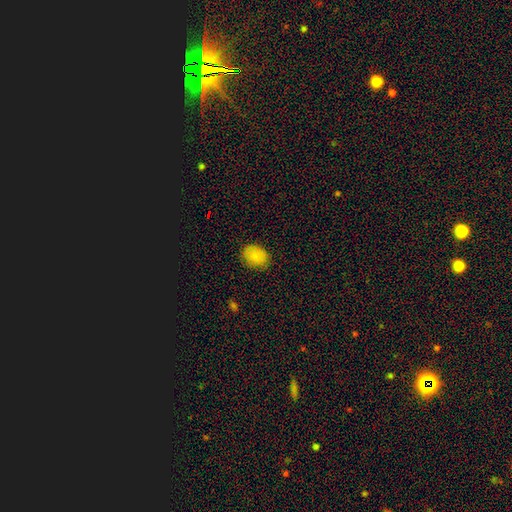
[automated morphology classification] Smooth or featured? smooth (84%)
How rounded? in between (53%)
Merging? none (83%)